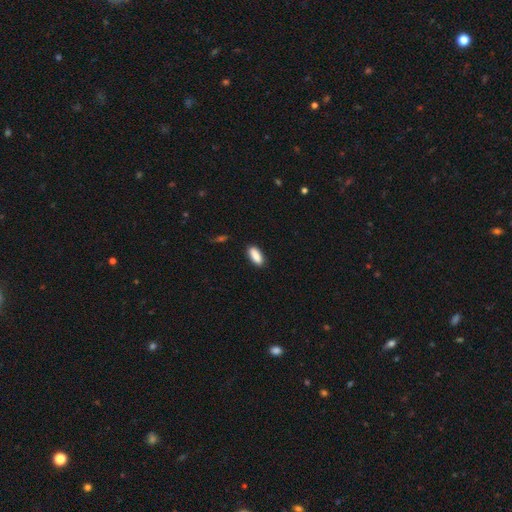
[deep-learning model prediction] smooth-or-featured: smooth: 89% | star or artifact: 7% | featured or disk: 5%
  how-rounded: in between: 79% | cigar-shaped: 19% | round: 2%
  merging: none: 87% | minor disturbance: 10% | major disturbance: 2% | merger: 1%